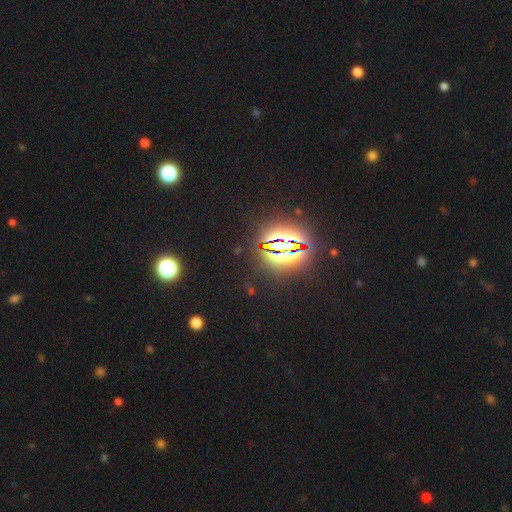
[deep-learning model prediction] smooth-or-featured: star or artifact: 85% | smooth: 9% | featured or disk: 7%